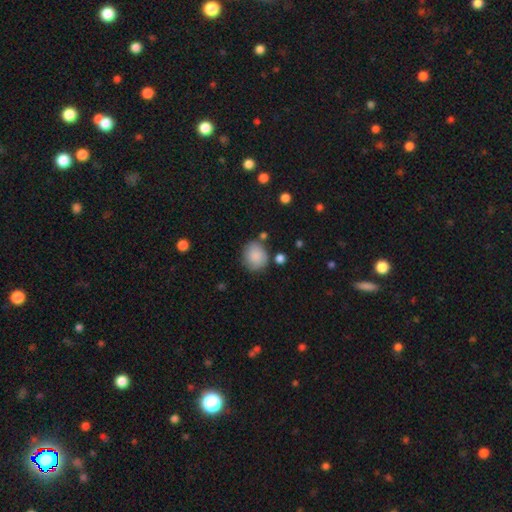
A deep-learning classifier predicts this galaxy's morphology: This appears to be a smooth galaxy with no disk features (86%) that is round (73%). Merging: none (73%).